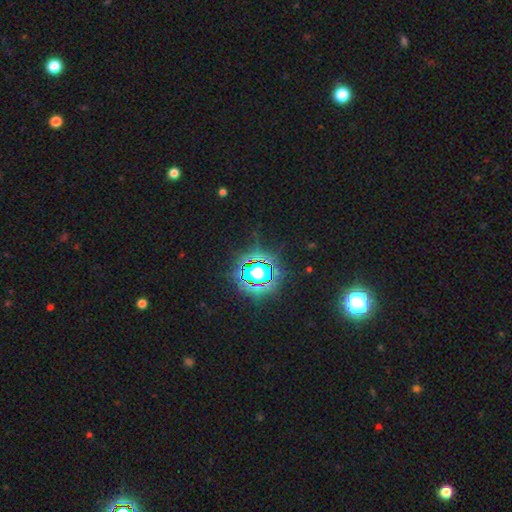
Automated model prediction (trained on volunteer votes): This appears to be a star or artifact, not a galaxy (76%).